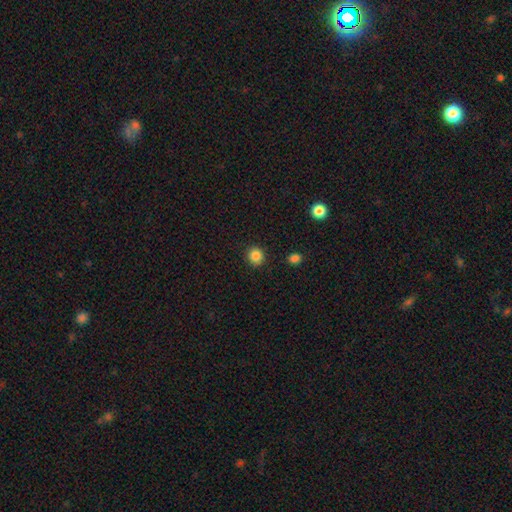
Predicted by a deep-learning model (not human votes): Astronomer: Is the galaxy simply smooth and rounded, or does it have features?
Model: smooth — 86%.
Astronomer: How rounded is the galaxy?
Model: round — 90%.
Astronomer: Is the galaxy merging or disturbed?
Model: none — 90%.